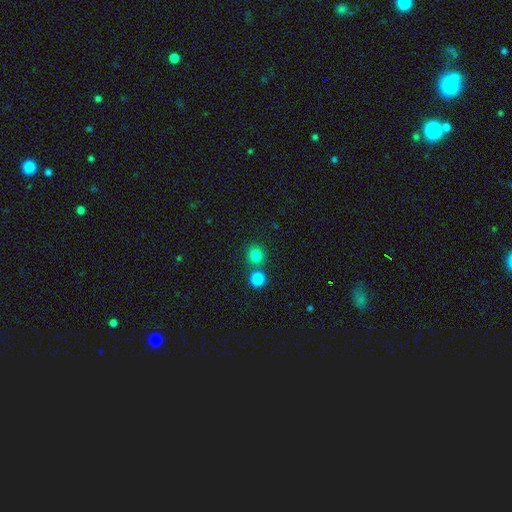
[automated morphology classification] Smooth or featured? smooth (82%)
How rounded? round (90%)
Merging? none (71%)